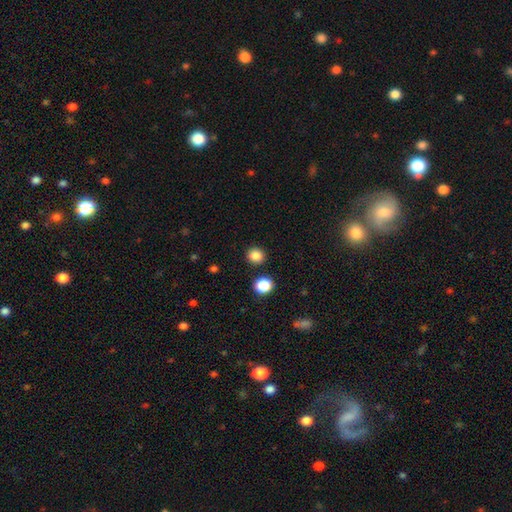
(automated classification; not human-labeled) This appears to be a smooth galaxy with no disk features (85%) that is round (88%). Merging: none (89%).